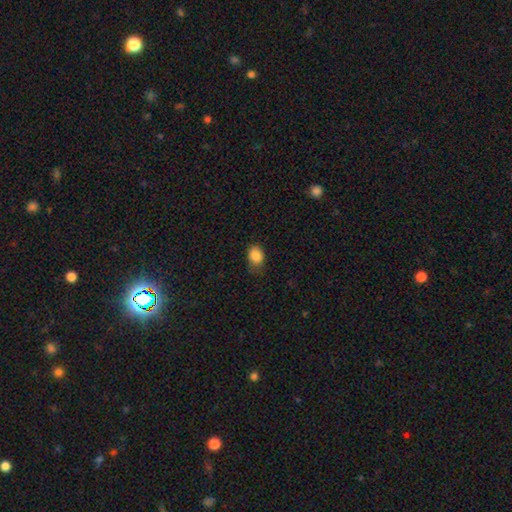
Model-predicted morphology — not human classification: Smooth or featured? smooth (86%)
How rounded? in between (66%)
Merging? none (63%)